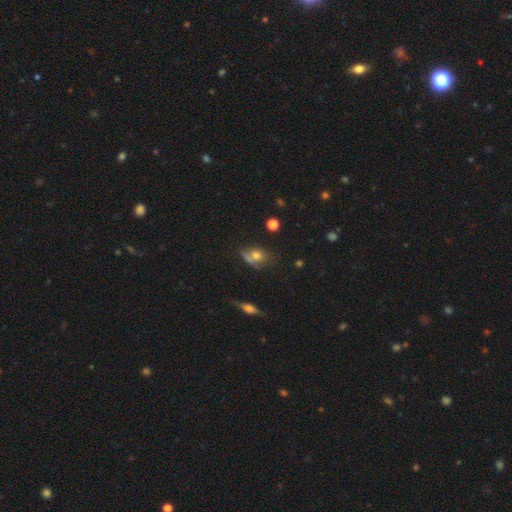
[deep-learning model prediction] Smooth or featured? Predicted: smooth (p=0.63). How rounded? Predicted: in between (p=0.57). Merging? Predicted: none (p=0.47).